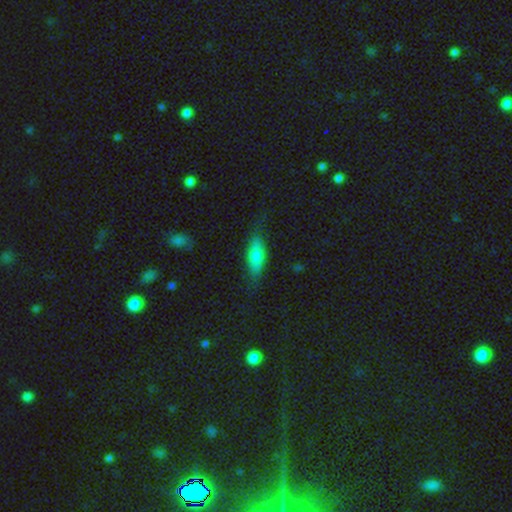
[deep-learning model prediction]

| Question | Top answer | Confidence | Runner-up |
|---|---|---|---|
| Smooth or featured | smooth | 68% | featured or disk (25%) |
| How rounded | in between | 65% | cigar-shaped (32%) |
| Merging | none | 77% | minor disturbance (17%) |